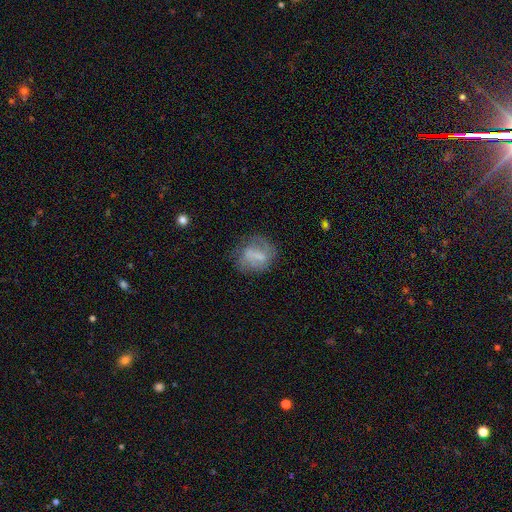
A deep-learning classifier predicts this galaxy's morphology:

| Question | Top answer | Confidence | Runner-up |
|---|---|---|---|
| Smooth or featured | featured or disk | 47% | smooth (43%) |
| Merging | none | 55% | minor disturbance (24%) |